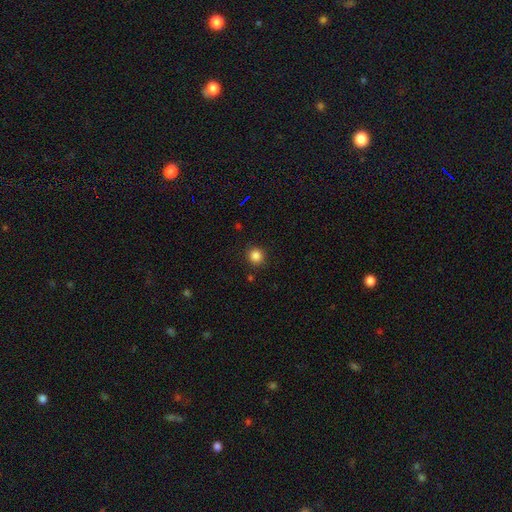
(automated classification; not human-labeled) Smooth or featured?
  - smooth: 85% *
  - star or artifact: 12%
  - featured or disk: 3%
How rounded?
  - round: 88% *
  - in between: 11%
  - cigar-shaped: 1%
Merging?
  - none: 90% *
  - minor disturbance: 6%
  - major disturbance: 2%
  - merger: 1%